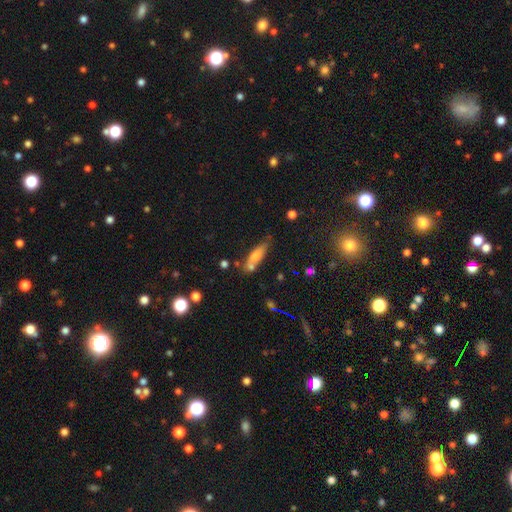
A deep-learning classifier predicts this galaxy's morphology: Smooth or featured? Predicted: smooth (p=0.70). How rounded? Predicted: cigar-shaped (p=0.56). Merging? Predicted: none (p=0.57).